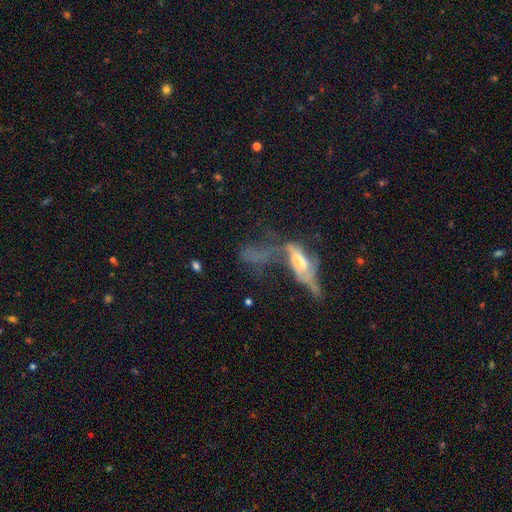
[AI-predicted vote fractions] featured or disk 52%, smooth 33%, star or artifact 15%. Down the decision tree: edge-on disk — no (80%); merging — major disturbance (48%).